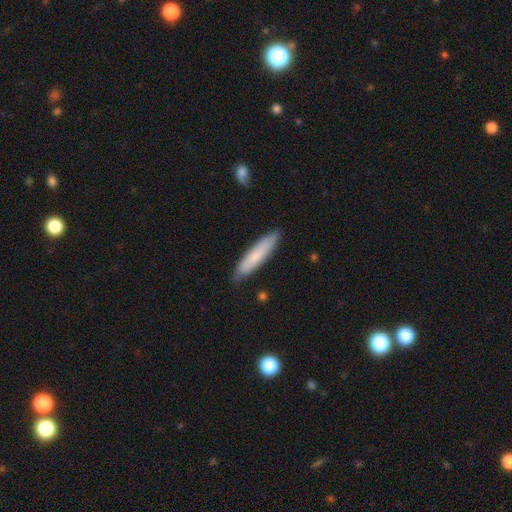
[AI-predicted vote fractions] Morphology: type=smooth (74%); roundness=cigar-shaped (85%); merging=none (86%).